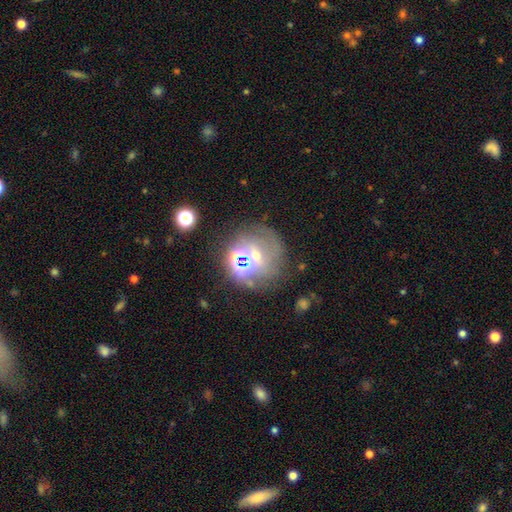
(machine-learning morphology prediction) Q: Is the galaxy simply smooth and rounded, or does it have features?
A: star or artifact — 40%.